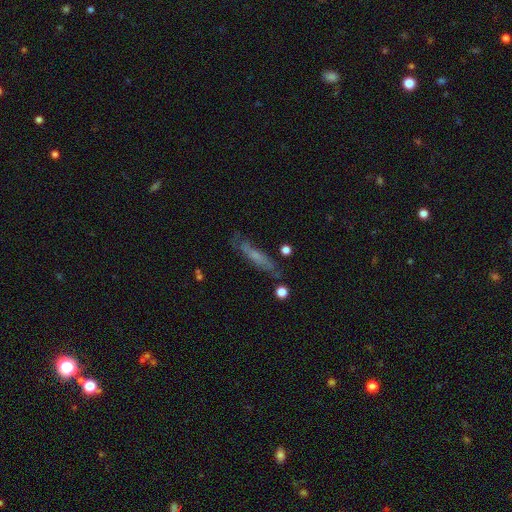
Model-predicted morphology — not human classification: Smooth or featured? Predicted: smooth (p=0.47). Merging? Predicted: none (p=0.66).